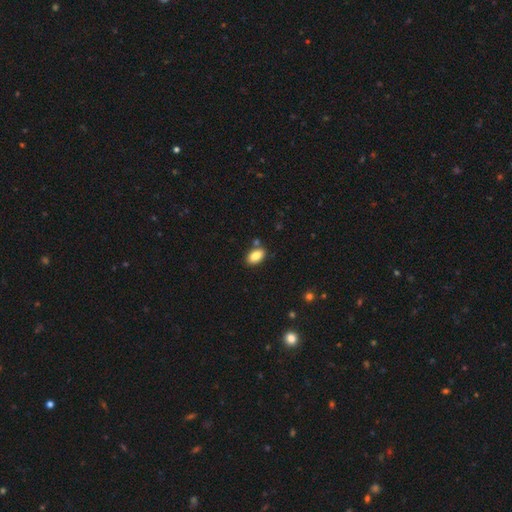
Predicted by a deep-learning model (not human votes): Smooth or featured? smooth (86%)
How rounded? in between (91%)
Merging? none (80%)